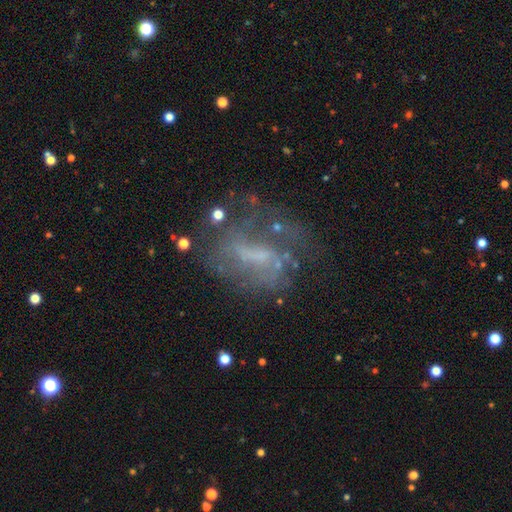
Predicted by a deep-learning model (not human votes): Smooth or featured? featured or disk (67%)
Edge-on disk? no (95%)
Bar? weak (42%)
Spiral arms? yes (59%)
Bulge size? none (46%)
Merging? none (49%)